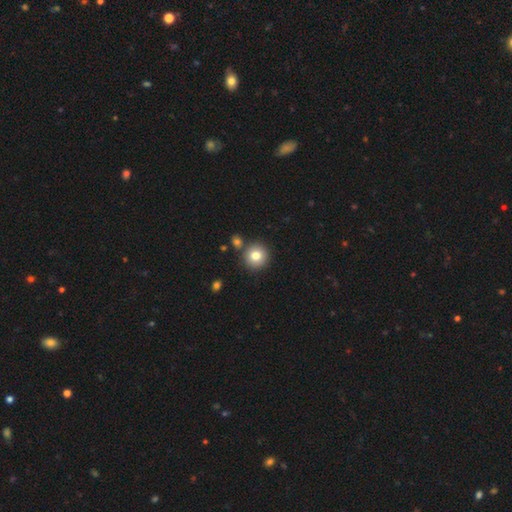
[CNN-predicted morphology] smooth 80%, star or artifact 11%, featured or disk 9%. Down the decision tree: how rounded — round (93%); merging — none (82%).